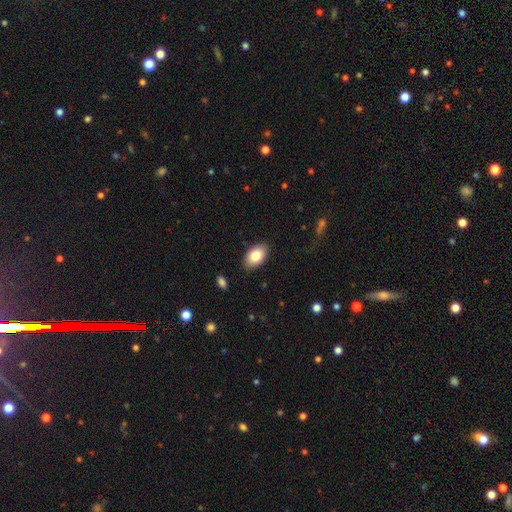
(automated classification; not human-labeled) smooth_or_featured: smooth (p=0.82) [alt: featured or disk p=0.11]
how_rounded: in between (p=0.92) [alt: round p=0.07]
merging: none (p=0.88) [alt: minor disturbance p=0.09]